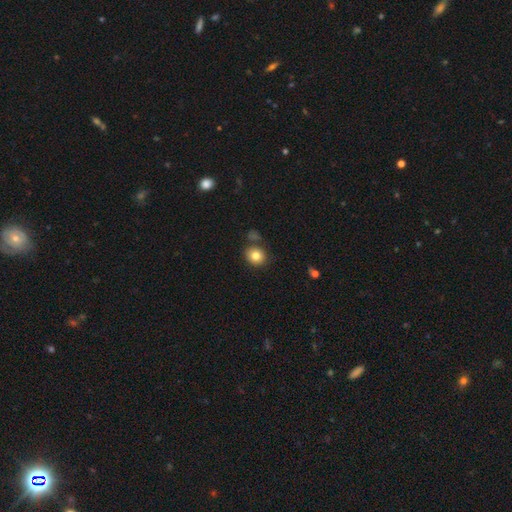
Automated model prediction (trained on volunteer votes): Smooth or featured?
  - smooth: 81% *
  - star or artifact: 11%
  - featured or disk: 9%
How rounded?
  - round: 78% *
  - in between: 21%
  - cigar-shaped: 1%
Merging?
  - none: 78% *
  - minor disturbance: 11%
  - merger: 8%
  - major disturbance: 3%